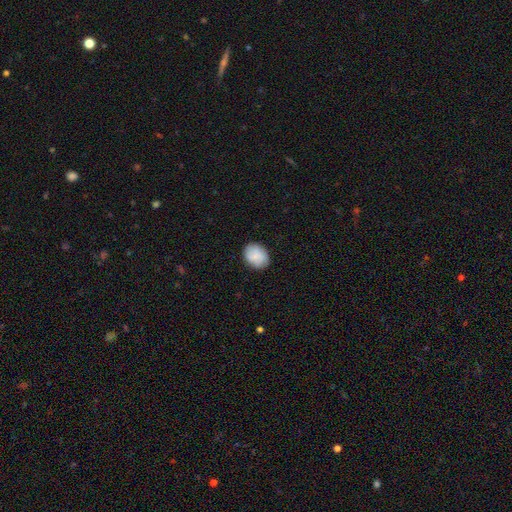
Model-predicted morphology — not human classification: Smooth or featured? smooth (81%)
How rounded? in between (51%)
Merging? none (81%)